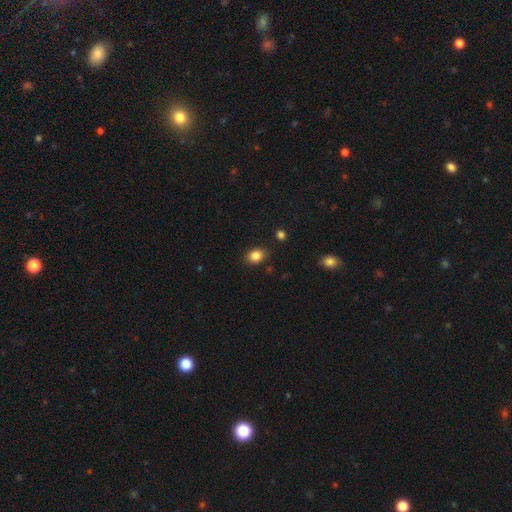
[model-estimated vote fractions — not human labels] This appears to be a smooth galaxy with no disk features (85%) that is in between round and cigar-shaped (67%). Merging: none (84%).